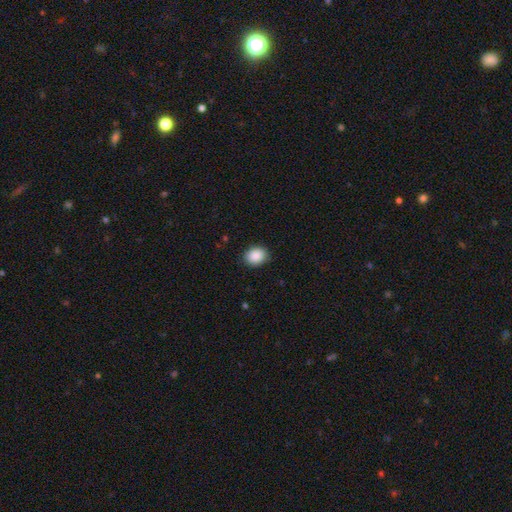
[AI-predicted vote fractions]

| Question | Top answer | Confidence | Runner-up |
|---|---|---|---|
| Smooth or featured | smooth | 89% | star or artifact (8%) |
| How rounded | round | 51% | in between (49%) |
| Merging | none | 88% | minor disturbance (9%) |